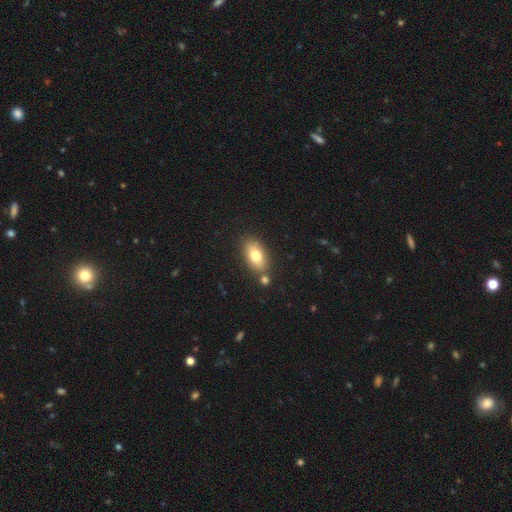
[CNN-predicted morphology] Smooth or featured? Predicted: smooth (p=0.74). How rounded? Predicted: in between (p=0.86). Merging? Predicted: none (p=0.73).